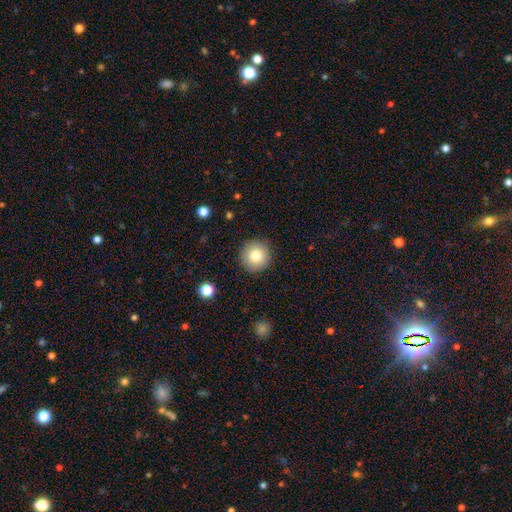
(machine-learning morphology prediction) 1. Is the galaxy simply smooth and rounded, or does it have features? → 82% smooth, 9% featured or disk, 9% star or artifact.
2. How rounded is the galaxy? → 95% round, 4% in between, 1% cigar-shaped.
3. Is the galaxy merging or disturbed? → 90% none, 6% minor disturbance, 2% major disturbance, 1% merger.